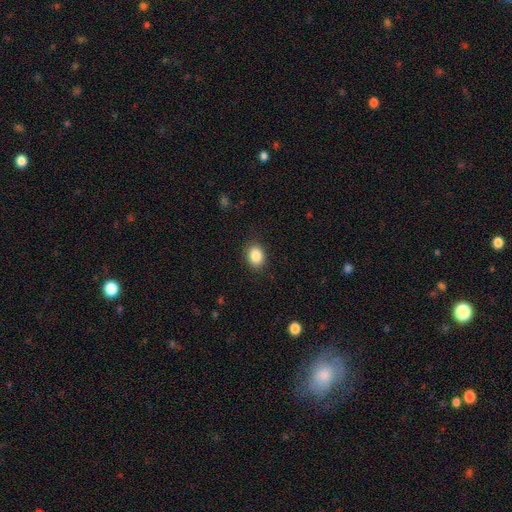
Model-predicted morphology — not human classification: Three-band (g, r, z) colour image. It shows a smooth galaxy with no disk features (87%) that is in between round and cigar-shaped (59%). Merging: none (87%).